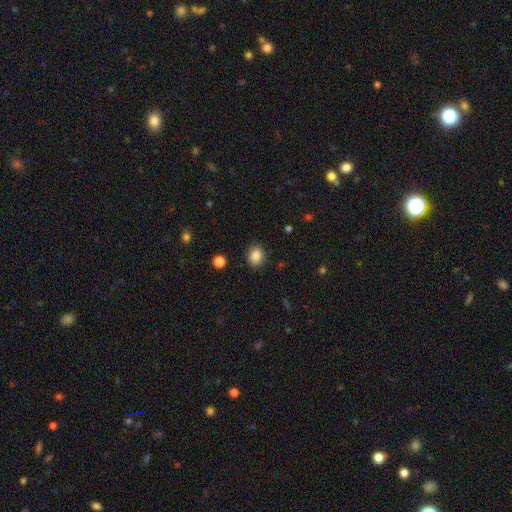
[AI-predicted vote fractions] smooth_or_featured: smooth (p=0.86) [alt: star or artifact p=0.10]
how_rounded: in between (p=0.50) [alt: round p=0.49]
merging: none (p=0.87) [alt: minor disturbance p=0.09]